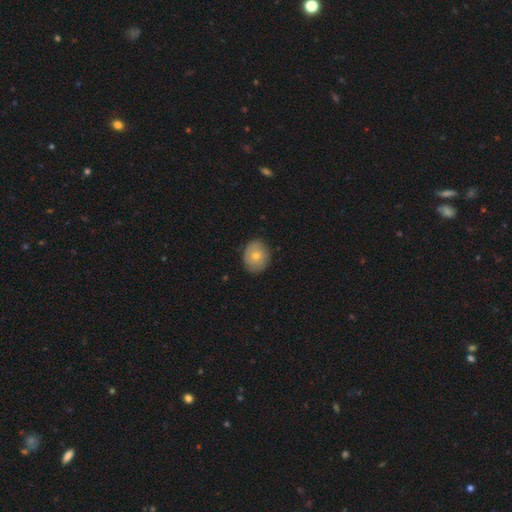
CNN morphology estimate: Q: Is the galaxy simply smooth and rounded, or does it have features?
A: smooth — 69%.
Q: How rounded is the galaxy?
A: round — 64%.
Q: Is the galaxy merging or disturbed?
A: none — 84%.